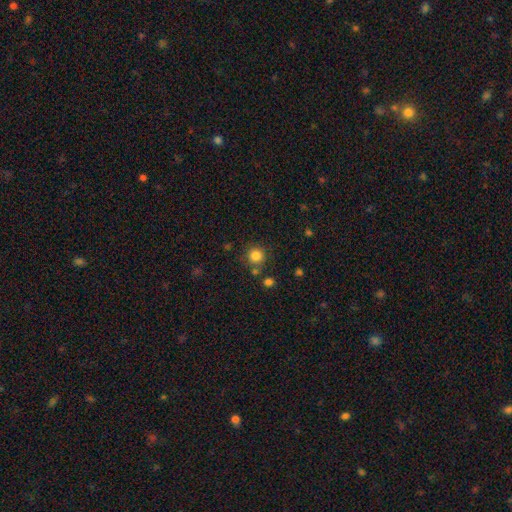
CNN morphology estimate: smooth 84%, star or artifact 12%, featured or disk 5%. Down the decision tree: how rounded — round (93%); merging — none (79%).